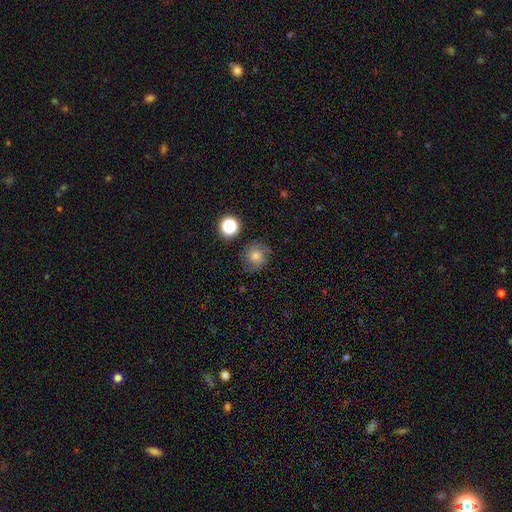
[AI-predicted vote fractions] Overall: smooth (54%; featured or disk 30%). How rounded: round (85%). Merging: none (74%).